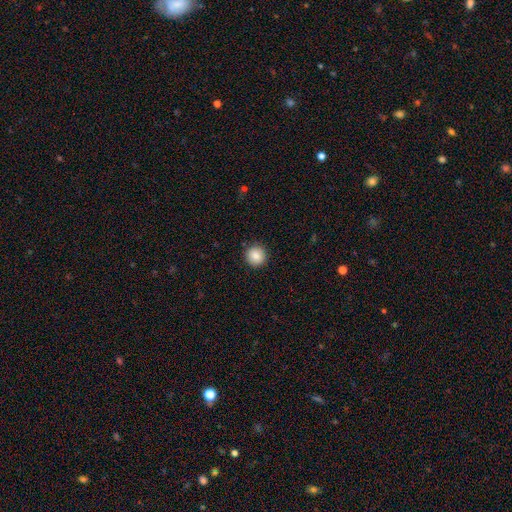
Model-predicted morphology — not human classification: A smooth galaxy with no disk features (87%) that is round (95%). Merging: none (92%).